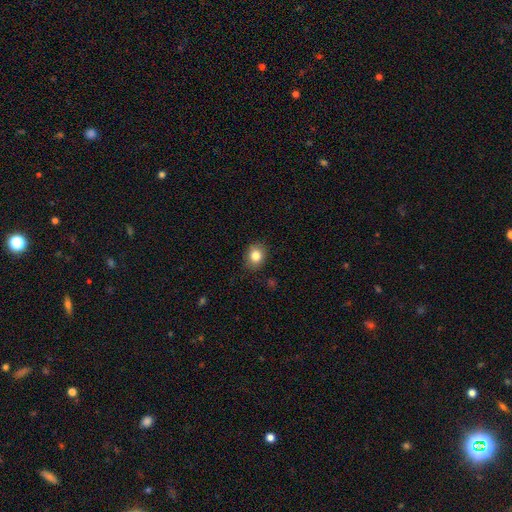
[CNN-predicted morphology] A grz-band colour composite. It shows a smooth galaxy with no disk features (83%) that is round (61%). Merging: none (87%).